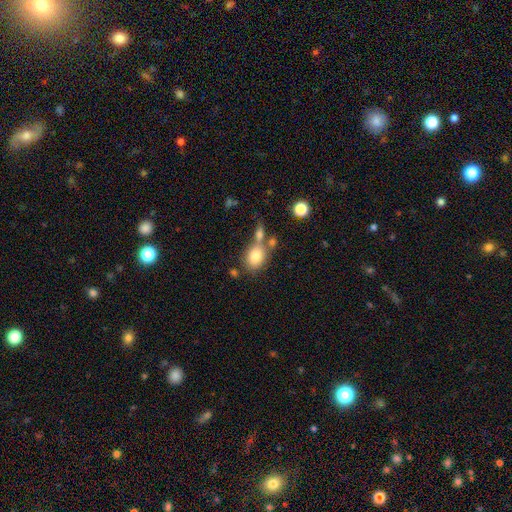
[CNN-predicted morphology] smooth 81%, featured or disk 11%, star or artifact 8%. Down the decision tree: how rounded — in between (63%); merging — none (51%).